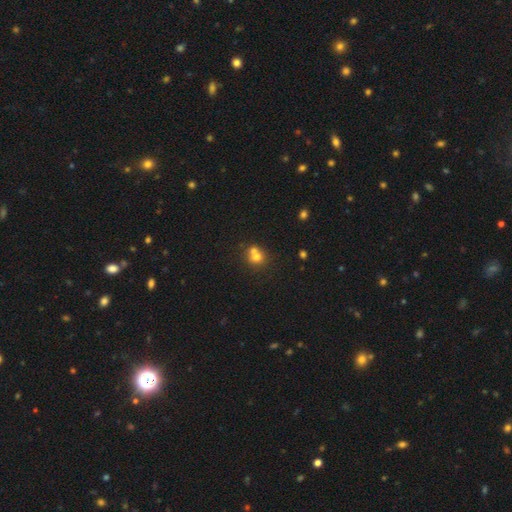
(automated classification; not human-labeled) Overall: smooth (69%). How rounded: round (78%). Merging: merger (56%; none 34%).